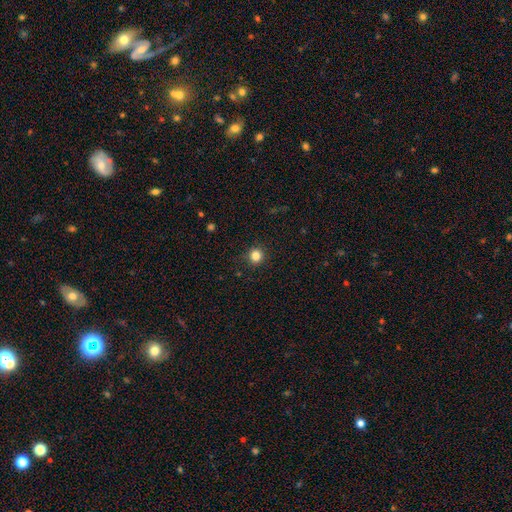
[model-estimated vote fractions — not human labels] Smooth or featured? smooth (84%)
How rounded? round (94%)
Merging? none (91%)